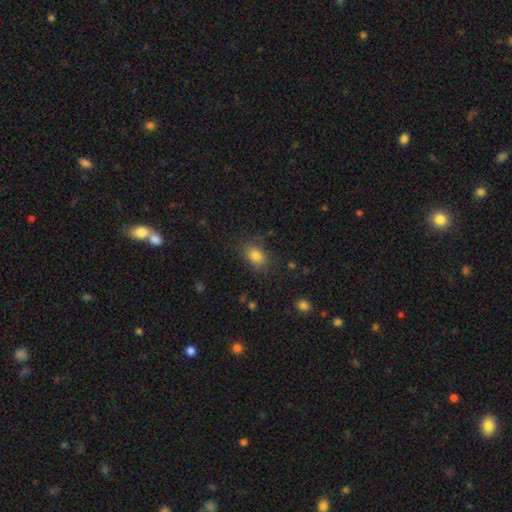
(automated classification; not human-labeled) Smooth or featured? Predicted: smooth (p=0.83). How rounded? Predicted: in between (p=0.71). Merging? Predicted: none (p=0.76).